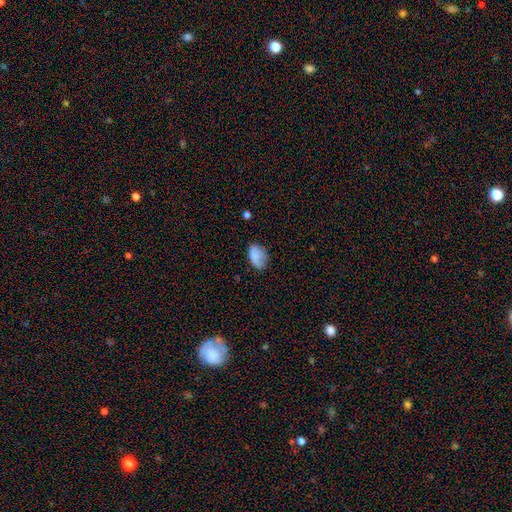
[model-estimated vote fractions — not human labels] Morphology: type=smooth (83%); roundness=in between (87%); merging=none (69%).